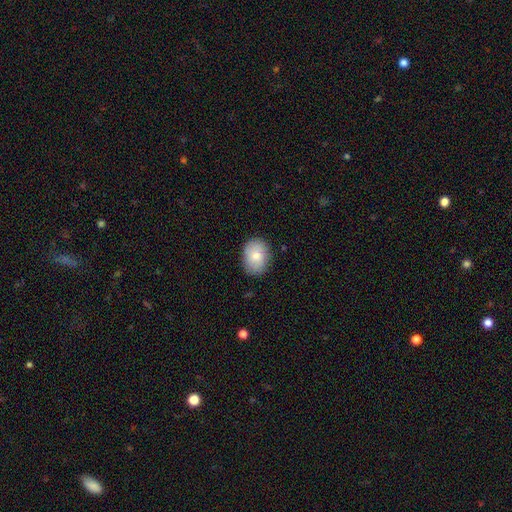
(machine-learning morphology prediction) type=smooth (80%); roundness=in between (68%); merging=none (84%).